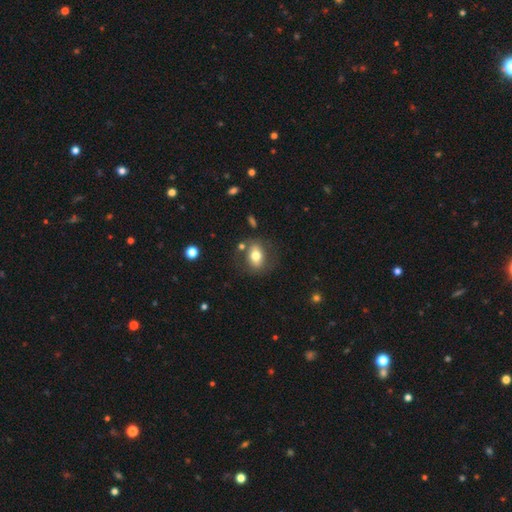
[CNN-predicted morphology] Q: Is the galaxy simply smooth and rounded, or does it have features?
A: smooth — 69%.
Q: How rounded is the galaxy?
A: in between — 74%.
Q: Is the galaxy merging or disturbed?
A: none — 73%.